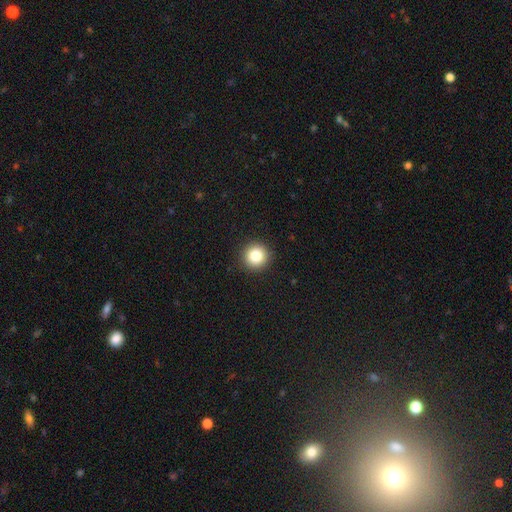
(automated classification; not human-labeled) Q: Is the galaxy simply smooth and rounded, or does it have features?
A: smooth — 83%.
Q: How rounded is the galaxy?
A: round — 95%.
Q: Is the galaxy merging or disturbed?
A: none — 93%.